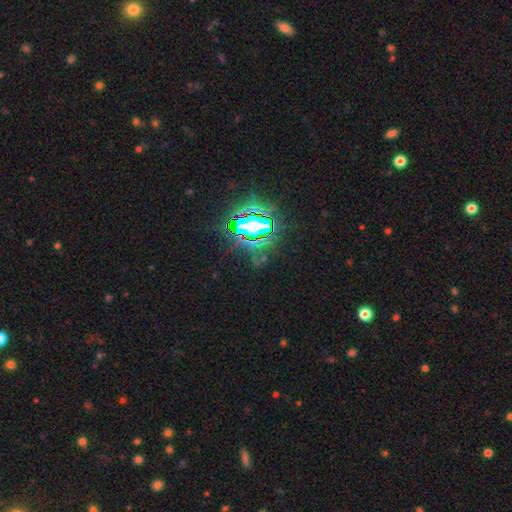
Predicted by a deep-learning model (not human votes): Smooth or featured? Predicted: star or artifact (p=0.80).